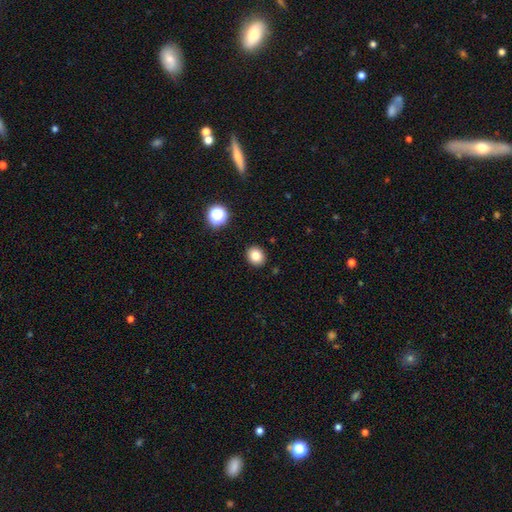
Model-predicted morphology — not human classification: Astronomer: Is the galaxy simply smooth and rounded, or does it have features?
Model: smooth — 82%.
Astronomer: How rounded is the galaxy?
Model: round — 68%.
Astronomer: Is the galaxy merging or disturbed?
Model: none — 91%.